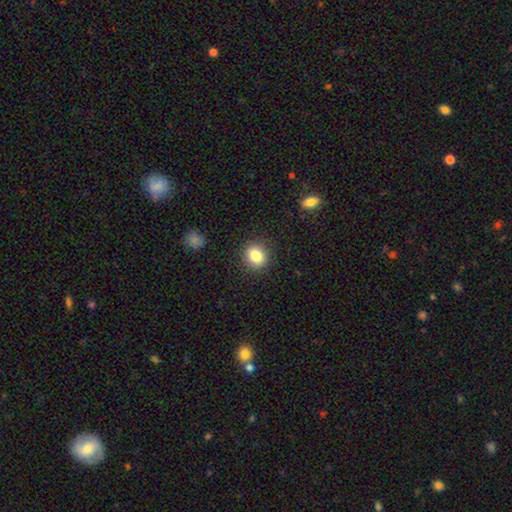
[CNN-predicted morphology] type=smooth (84%); roundness=round (70%); merging=none (89%).